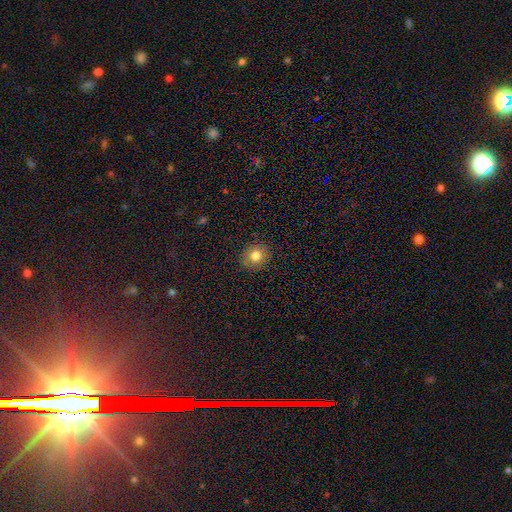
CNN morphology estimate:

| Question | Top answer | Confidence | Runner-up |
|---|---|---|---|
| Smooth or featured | smooth | 79% | star or artifact (12%) |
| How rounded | round | 82% | in between (17%) |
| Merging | none | 88% | minor disturbance (9%) |